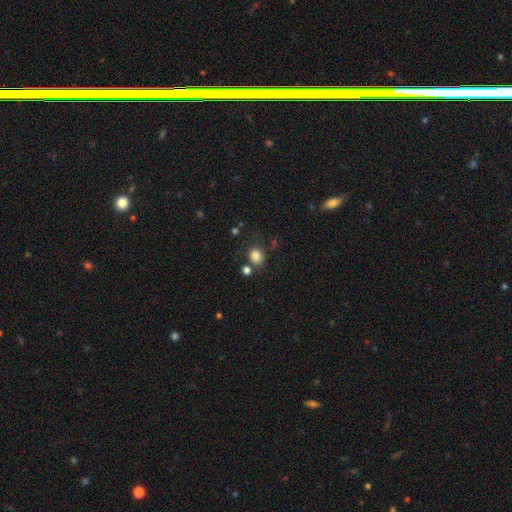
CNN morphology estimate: A smooth galaxy with no disk features (83%) that is round (75%).

Vote fractions:
- Smooth or featured? smooth: 83% / star or artifact: 12% / featured or disk: 6%
- How rounded? round: 75% / in between: 24% / cigar-shaped: 1%
- Merging? none: 73% / minor disturbance: 12% / merger: 10% / major disturbance: 4%